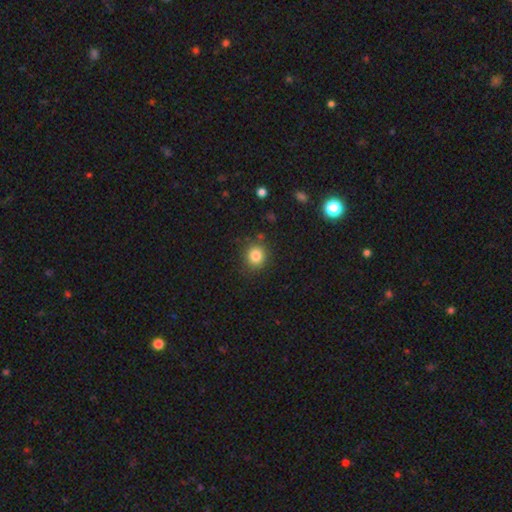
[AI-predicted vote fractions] Smooth or featured? Predicted: smooth (p=0.83). How rounded? Predicted: round (p=0.86). Merging? Predicted: none (p=0.85).